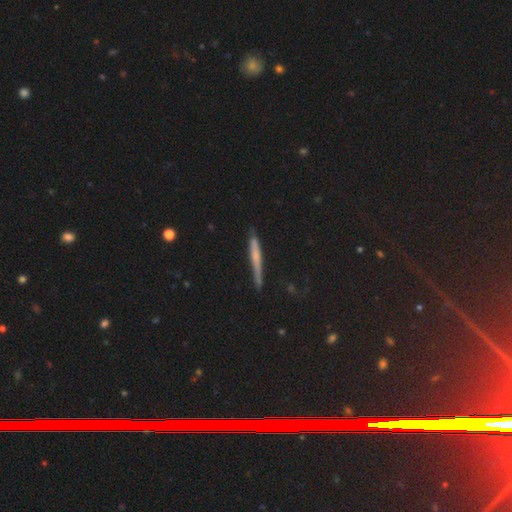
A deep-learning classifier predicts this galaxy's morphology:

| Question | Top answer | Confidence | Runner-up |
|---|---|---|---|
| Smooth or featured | smooth | 46% | tied: featured or disk (46%) |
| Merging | none | 81% | minor disturbance (14%) |